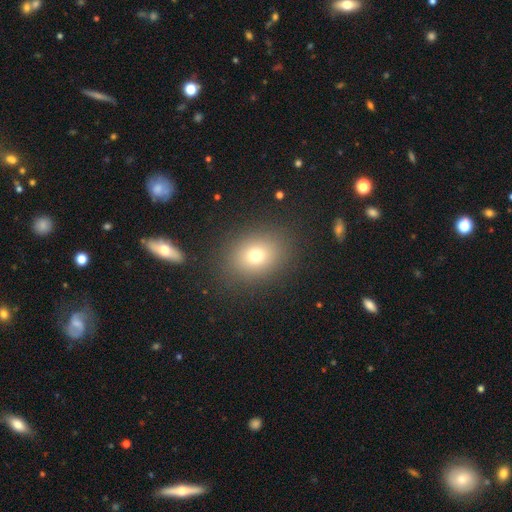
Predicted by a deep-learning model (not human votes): The model was most divided on "how rounded": in between: 53%, round: 46%, cigar-shaped: 1%. More confident: merging — none (85%); smooth or featured — smooth (75%).